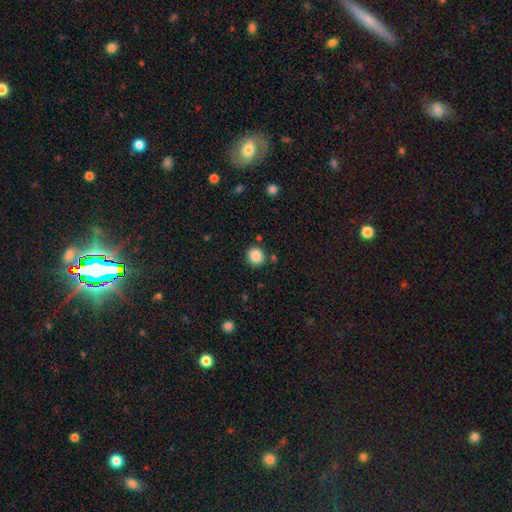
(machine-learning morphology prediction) A smooth galaxy with no disk features (88%) that is round (89%).

Vote fractions:
- Smooth or featured? smooth: 88% / star or artifact: 9% / featured or disk: 3%
- How rounded? round: 89% / in between: 10% / cigar-shaped: 1%
- Merging? none: 85% / minor disturbance: 8% / merger: 4% / major disturbance: 3%